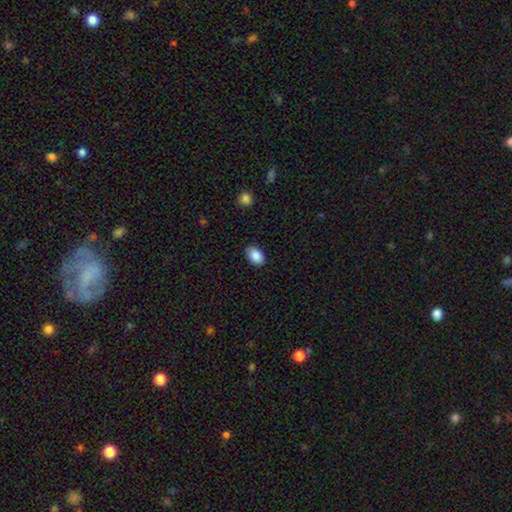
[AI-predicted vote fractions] smooth_or_featured: smooth (p=0.89) [alt: star or artifact p=0.08]
how_rounded: in between (p=0.86) [alt: round p=0.13]
merging: none (p=0.86) [alt: minor disturbance p=0.11]